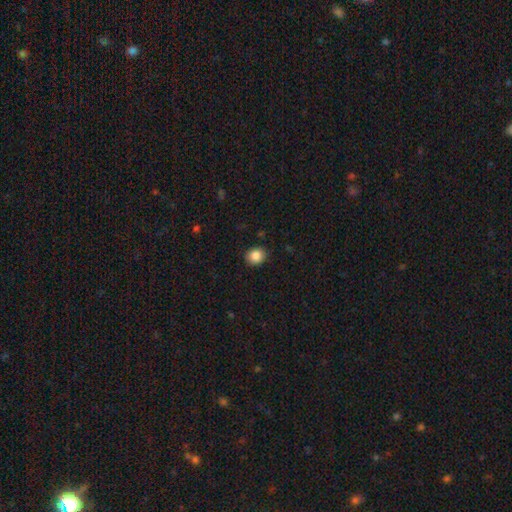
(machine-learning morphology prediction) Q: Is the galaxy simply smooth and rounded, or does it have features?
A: smooth — 86%.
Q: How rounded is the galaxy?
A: round — 75%.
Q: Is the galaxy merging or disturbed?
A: none — 89%.